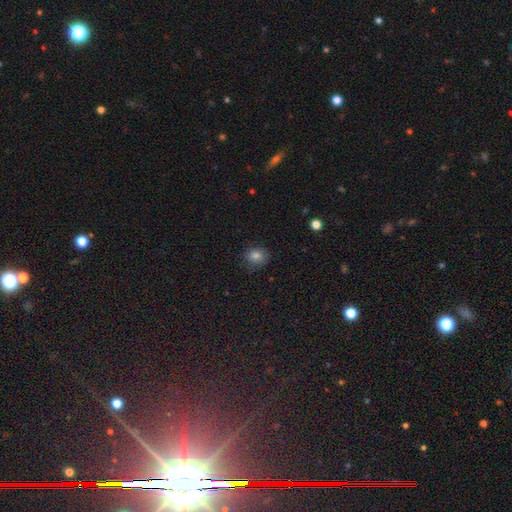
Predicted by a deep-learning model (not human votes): This appears to be a smooth galaxy with no disk features (81%) that is round (61%). Merging: none (80%).